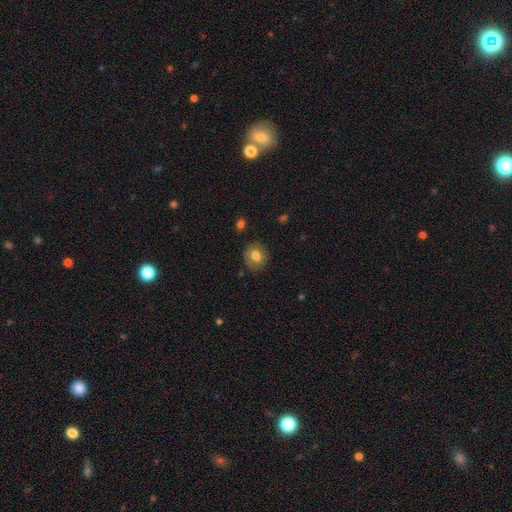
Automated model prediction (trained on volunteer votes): smooth-or-featured: smooth: 75% | featured or disk: 15% | star or artifact: 9%
  how-rounded: round: 74% | in between: 25% | cigar-shaped: 1%
  merging: none: 83% | minor disturbance: 13% | major disturbance: 3% | merger: 2%